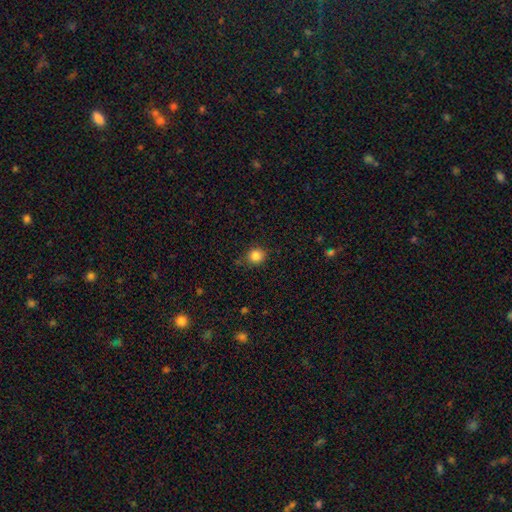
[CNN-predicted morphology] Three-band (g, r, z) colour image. It shows a smooth galaxy with no disk features (85%) that is round (87%). Merging: none (83%).